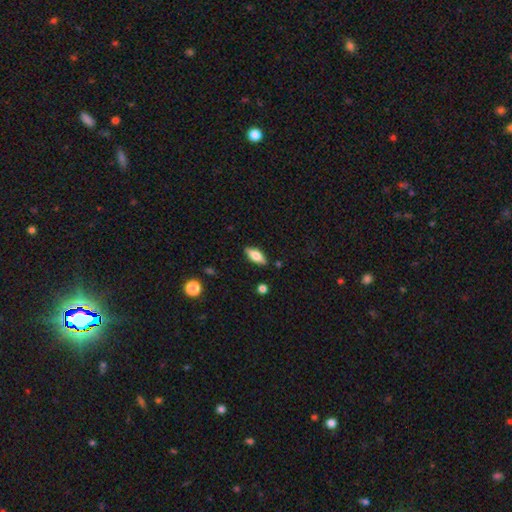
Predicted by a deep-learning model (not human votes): This is likely a smooth galaxy (63%). How rounded: likely in between (73%). Merging: clearly none (86%).